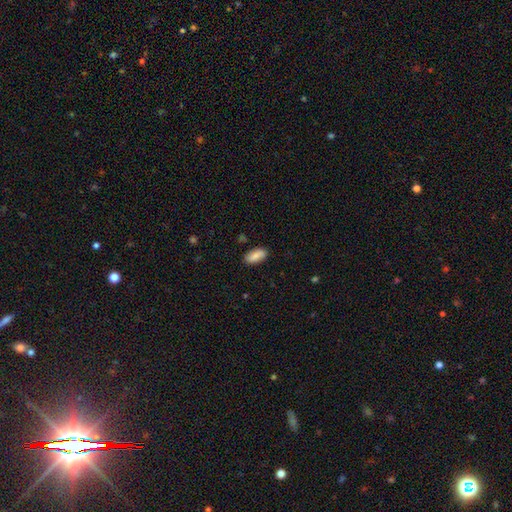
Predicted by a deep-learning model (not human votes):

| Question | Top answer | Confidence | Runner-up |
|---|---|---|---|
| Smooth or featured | smooth | 78% | featured or disk (15%) |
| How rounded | in between | 87% | cigar-shaped (10%) |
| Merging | none | 86% | minor disturbance (11%) |